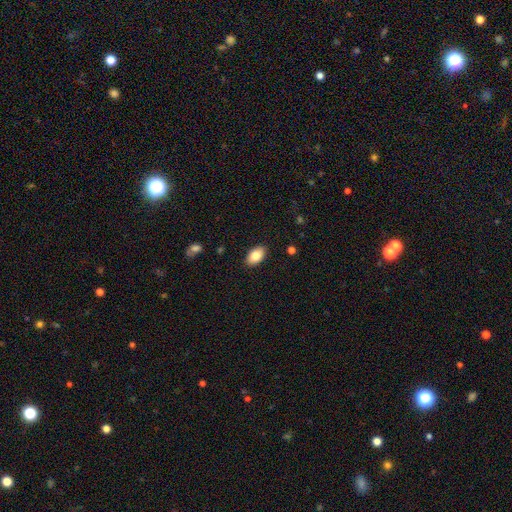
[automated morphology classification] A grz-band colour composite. It shows a smooth galaxy with no disk features (83%) that is in between round and cigar-shaped (92%). Merging: none (89%).